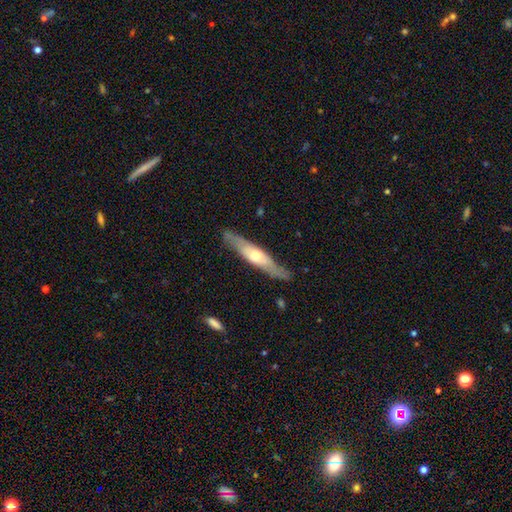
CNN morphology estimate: Q: Smooth or featured?
A: featured or disk (61%); runner-up: smooth (35%)
Q: Edge-on disk?
A: yes (75%); runner-up: no (25%)
Q: Merging?
A: none (81%); runner-up: minor disturbance (14%)